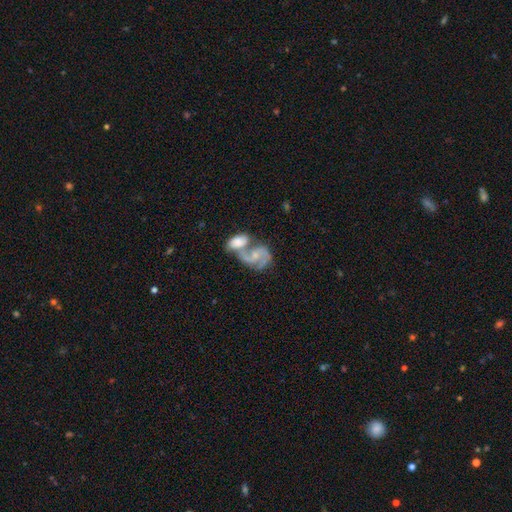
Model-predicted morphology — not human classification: Smooth or featured?
  - featured or disk: 82% *
  - smooth: 13%
  - star or artifact: 6%
Edge-on disk?
  - no: 98% *
  - yes: 2%
Bar?
  - no: 57% *
  - weak: 34%
  - strong: 9%
Spiral arms?
  - yes: 95% *
  - no: 5%
Spiral winding?
  - medium: 55% *
  - tight: 23%
  - loose: 22%
Spiral arm count?
  - 2: 78% *
  - 3: 10%
  - can't tell: 6%
  - 1: 3%
  - 4: 2%
  - more than 4: 2%
Bulge size?
  - small: 58% *
  - moderate: 30%
  - none: 9%
  - large: 2%
  - dominant: 1%
Merging?
  - merger: 64% *
  - none: 19%
  - minor disturbance: 9%
  - major disturbance: 8%